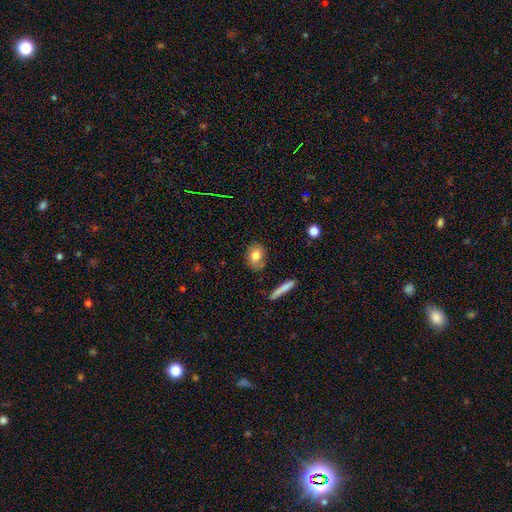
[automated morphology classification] This is likely a smooth galaxy (77%). How rounded: likely in between (64%). Merging: likely none (79%).